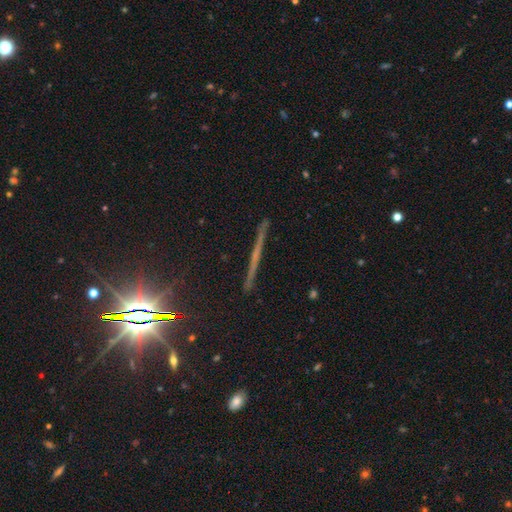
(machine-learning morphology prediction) smooth-or-featured: featured or disk: 55% | star or artifact: 27% | smooth: 18%
  disk-edge-on: yes: 95% | no: 5%
    edge-on-bulge: none: 67% | rounded: 24% | boxy: 9%
  merging: none: 88% | minor disturbance: 8% | major disturbance: 2% | merger: 2%